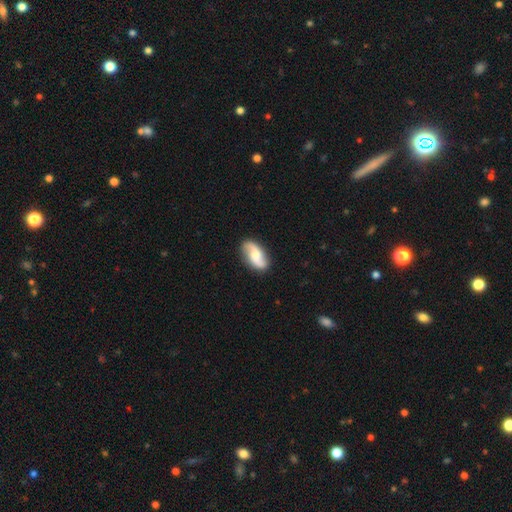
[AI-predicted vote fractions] smooth_or_featured: featured or disk (p=0.72) [alt: smooth p=0.22]
disk_edge_on: no (p=0.96) [alt: yes p=0.04]
bar: no (p=0.54) [alt: weak p=0.34]
has_spiral_arms: yes (p=0.95) [alt: no p=0.05]
spiral_winding: loose (p=0.68) [alt: medium p=0.24]
spiral_arm_count: 2 (p=0.93) [alt: can't tell p=0.03]
bulge_size: moderate (p=0.54) [alt: small p=0.28]
merging: none (p=0.85) [alt: minor disturbance p=0.11]